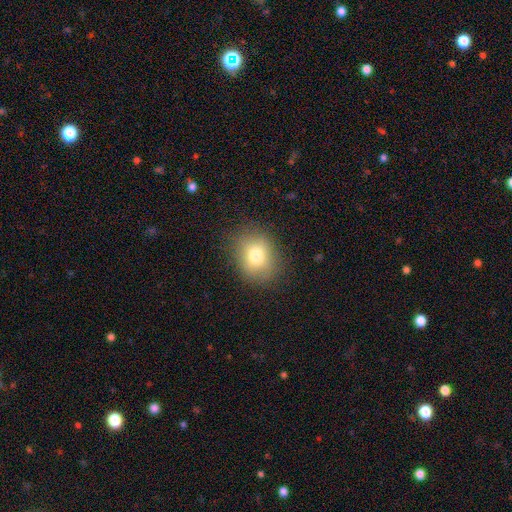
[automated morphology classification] This appears to be a smooth galaxy with no disk features (76%) that is round (54%). Merging: none (83%).